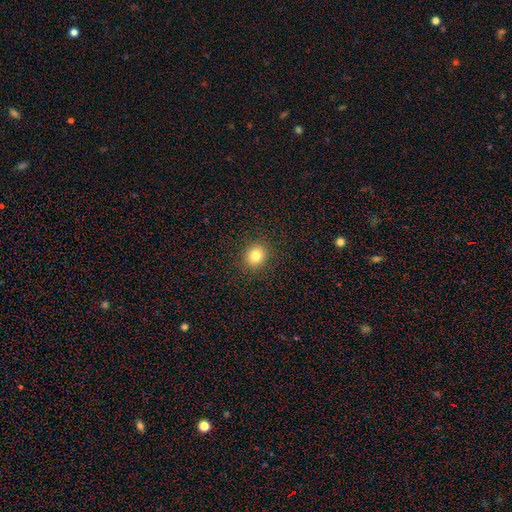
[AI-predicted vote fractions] Smooth or featured?
  - smooth: 81% *
  - star or artifact: 12%
  - featured or disk: 7%
How rounded?
  - round: 76% *
  - in between: 23%
  - cigar-shaped: 1%
Merging?
  - none: 90% *
  - minor disturbance: 7%
  - major disturbance: 3%
  - merger: 1%